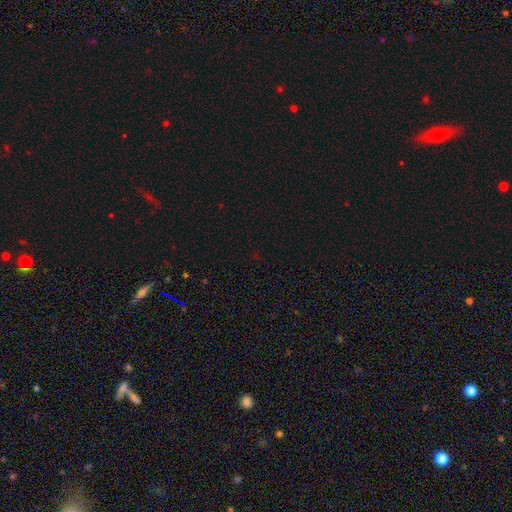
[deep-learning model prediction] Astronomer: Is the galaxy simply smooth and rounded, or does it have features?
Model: star or artifact — 71%.